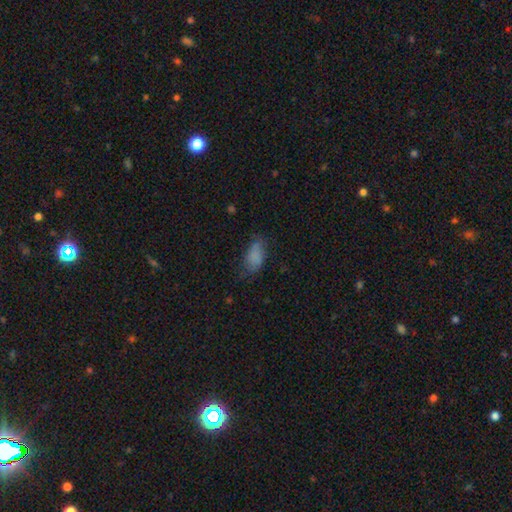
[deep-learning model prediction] smooth 78%, featured or disk 12%, star or artifact 10%. Down the decision tree: how rounded — in between (92%); merging — none (60%).